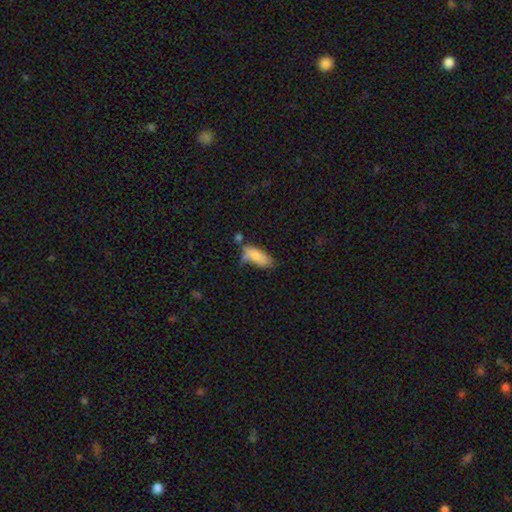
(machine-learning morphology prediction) This is likely a smooth galaxy (78%). How rounded: likely in between (79%). Merging: marginally none (38%).